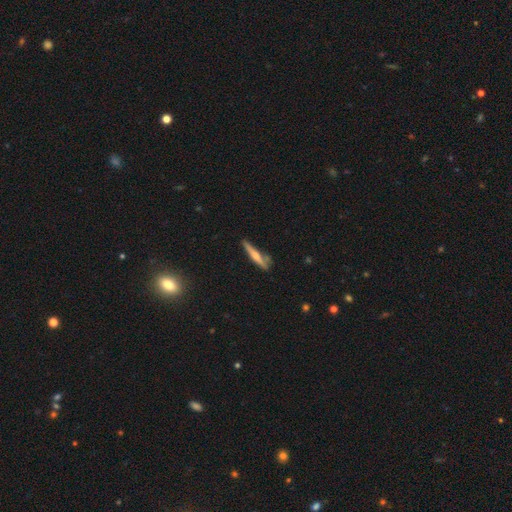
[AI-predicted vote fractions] Q: Smooth or featured?
A: smooth (50%); runner-up: featured or disk (43%)
Q: How rounded?
A: cigar-shaped (92%); runner-up: in between (7%)
Q: Merging?
A: none (69%); runner-up: minor disturbance (20%)